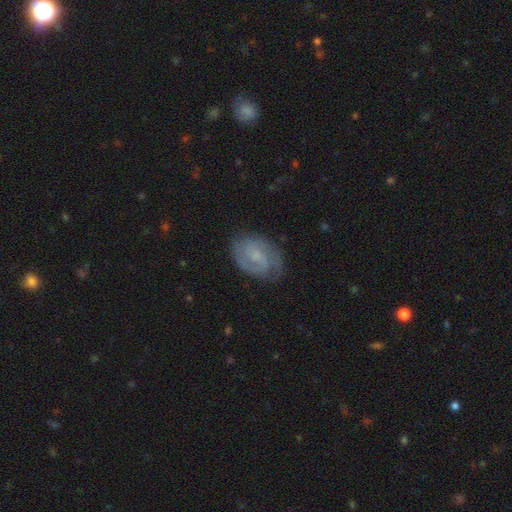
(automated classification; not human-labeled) A featured or disk galaxy (76%) with no bar (46%, tied with weak), 2 (75%) tight (45%) spiral arms (94%) and a small central bulge (52%). Merging: none (76%).